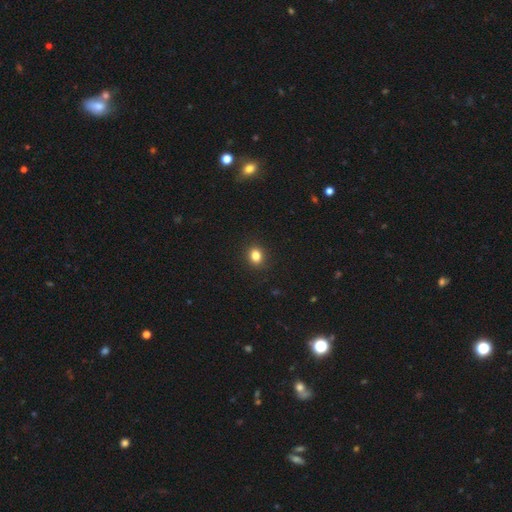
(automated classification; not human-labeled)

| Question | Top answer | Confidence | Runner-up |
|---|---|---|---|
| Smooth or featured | smooth | 83% | star or artifact (12%) |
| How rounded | round | 61% | in between (38%) |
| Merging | none | 91% | minor disturbance (7%) |